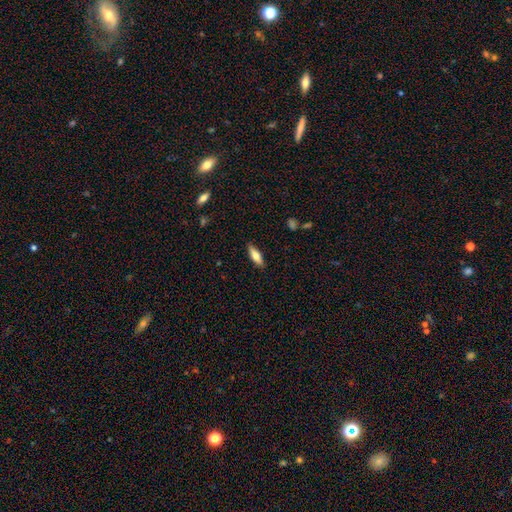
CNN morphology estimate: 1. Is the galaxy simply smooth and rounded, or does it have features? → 67% smooth, 26% featured or disk, 6% star or artifact.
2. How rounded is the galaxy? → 54% in between, 44% cigar-shaped, 2% round.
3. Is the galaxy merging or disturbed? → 88% none, 9% minor disturbance, 2% major disturbance, 1% merger.